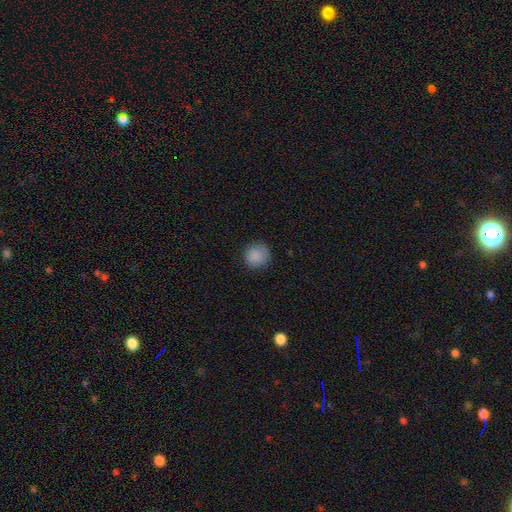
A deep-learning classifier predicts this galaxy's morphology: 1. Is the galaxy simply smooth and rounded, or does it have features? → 87% smooth, 9% star or artifact, 4% featured or disk.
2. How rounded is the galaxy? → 93% round, 6% in between, 1% cigar-shaped.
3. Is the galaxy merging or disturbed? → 87% none, 10% minor disturbance, 3% major disturbance, 1% merger.